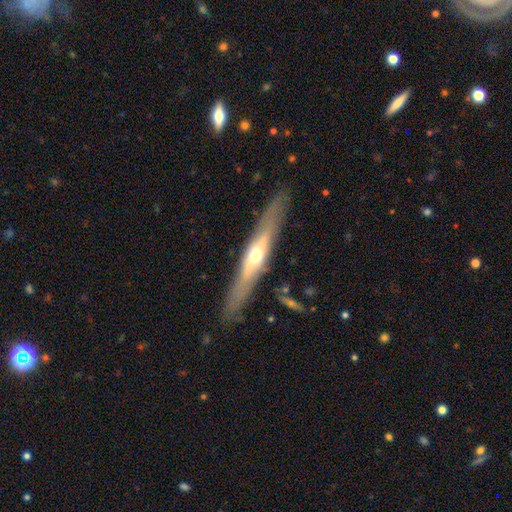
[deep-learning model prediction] featured or disk 64%, smooth 30%, star or artifact 6%. Down the decision tree: edge-on disk — yes (87%); edge-on bulge — rounded (84%); merging — none (85%).